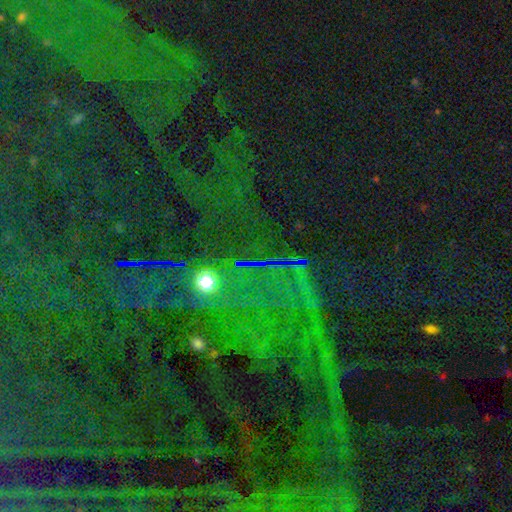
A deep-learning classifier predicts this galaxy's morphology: This appears to be a star or artifact, not a galaxy (83%).